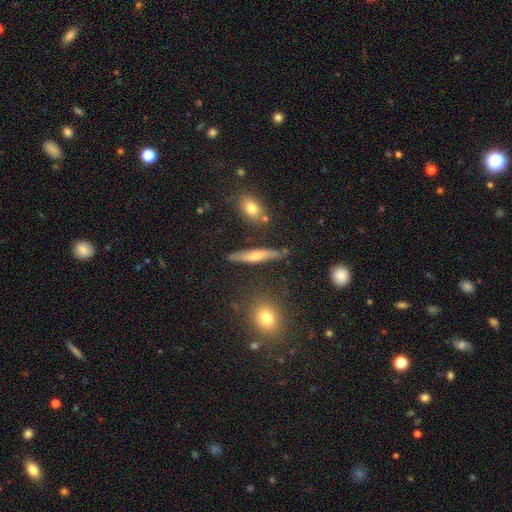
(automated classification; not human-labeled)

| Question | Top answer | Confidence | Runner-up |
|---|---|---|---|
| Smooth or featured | smooth | 48% | featured or disk (44%) |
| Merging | none | 80% | minor disturbance (13%) |